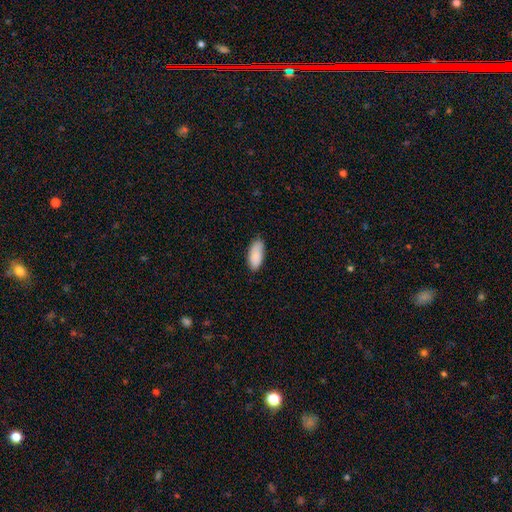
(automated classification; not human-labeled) Smooth or featured: smooth — 90% (star or artifact — 6%)
How rounded: in between — 89% (cigar-shaped — 9%)
Merging: none — 82% (minor disturbance — 15%)